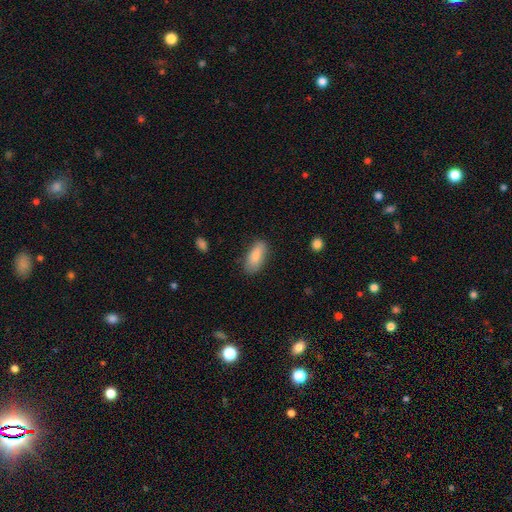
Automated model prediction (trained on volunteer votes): A smooth galaxy with no disk features (86%) that is in between round and cigar-shaped (83%).

Vote fractions:
- Smooth or featured? smooth: 86% / featured or disk: 8% / star or artifact: 6%
- How rounded? in between: 83% / cigar-shaped: 15% / round: 2%
- Merging? none: 77% / minor disturbance: 18% / major disturbance: 4% / merger: 2%